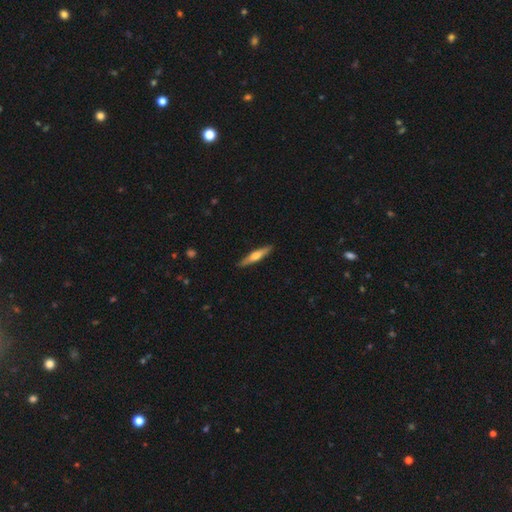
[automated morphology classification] The model was most divided on "smooth or featured": featured or disk: 48%, smooth: 47%, star or artifact: 5%. More confident: merging — none (89%).